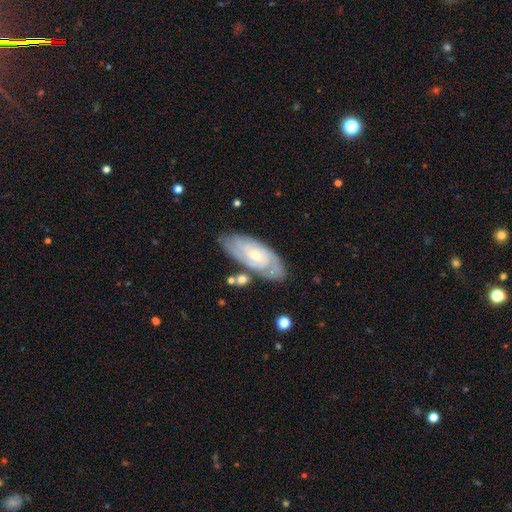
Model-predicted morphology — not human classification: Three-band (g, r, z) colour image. It shows a featured or disk galaxy (80%) with no bar (56%), tight (71%) spiral arms (94%) and a small central bulge (63%). Merging: none (74%).